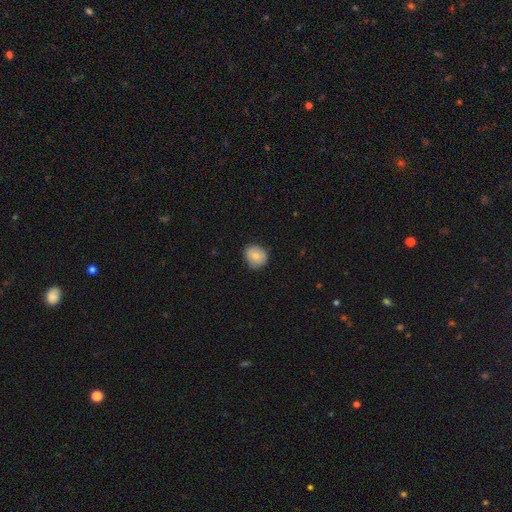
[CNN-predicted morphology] Smooth or featured?
  - smooth: 76% *
  - featured or disk: 16%
  - star or artifact: 8%
How rounded?
  - round: 79% *
  - in between: 20%
  - cigar-shaped: 1%
Merging?
  - none: 83% *
  - minor disturbance: 14%
  - major disturbance: 2%
  - merger: 1%